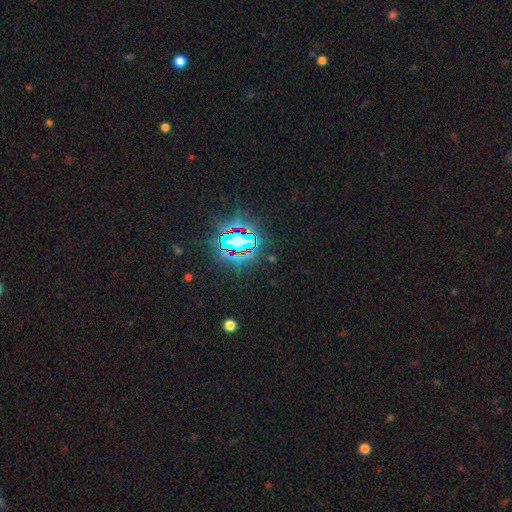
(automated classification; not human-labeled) Overall: star or artifact (85%).